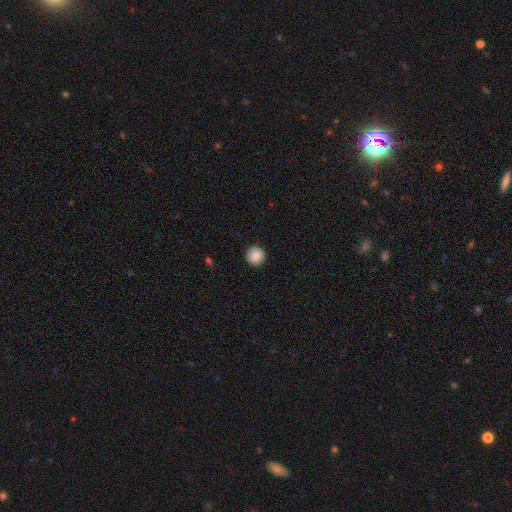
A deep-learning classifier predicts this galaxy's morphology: type=smooth (84%); roundness=round (94%); merging=none (88%).